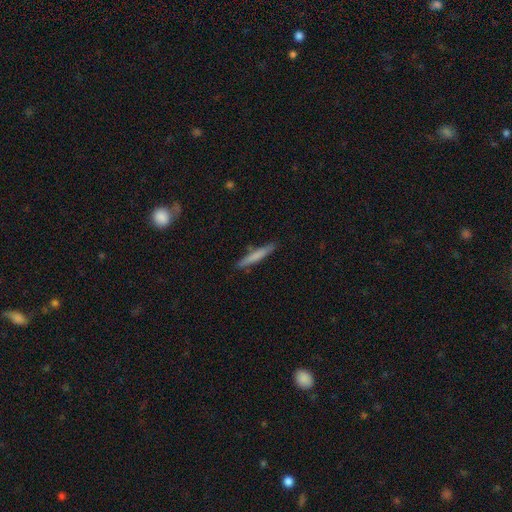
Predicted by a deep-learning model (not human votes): Overall: smooth (69%). How rounded: cigar-shaped (95%). Merging: none (86%).